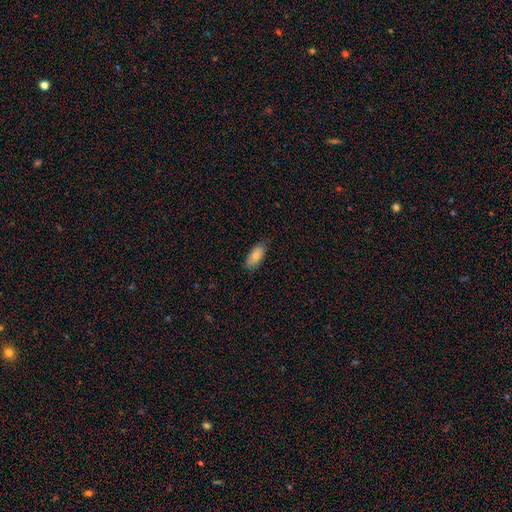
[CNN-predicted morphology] smooth_or_featured: smooth (p=0.81) [alt: featured or disk p=0.13]
how_rounded: in between (p=0.88) [alt: cigar-shaped p=0.10]
merging: none (p=0.81) [alt: minor disturbance p=0.16]